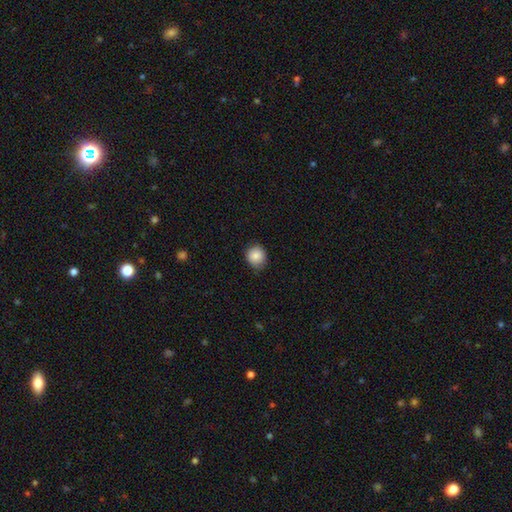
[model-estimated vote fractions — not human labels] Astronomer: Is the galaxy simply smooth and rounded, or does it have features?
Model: smooth — 86%.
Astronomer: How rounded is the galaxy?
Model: round — 85%.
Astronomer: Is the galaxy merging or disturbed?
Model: none — 80%.